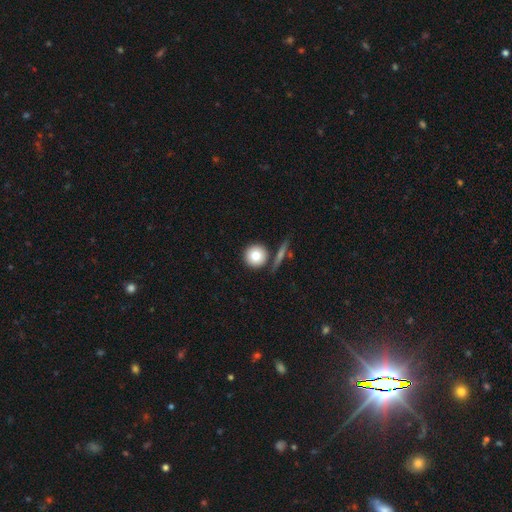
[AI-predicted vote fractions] Smooth or featured? smooth (79%)
How rounded? round (94%)
Merging? none (78%)